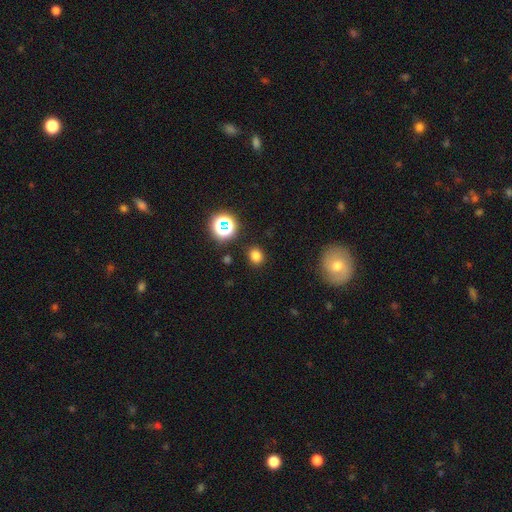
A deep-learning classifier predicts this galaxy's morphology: smooth_or_featured: smooth (p=0.76) [alt: star or artifact p=0.19]
how_rounded: round (p=0.70) [alt: in between p=0.29]
merging: none (p=0.88) [alt: minor disturbance p=0.08]